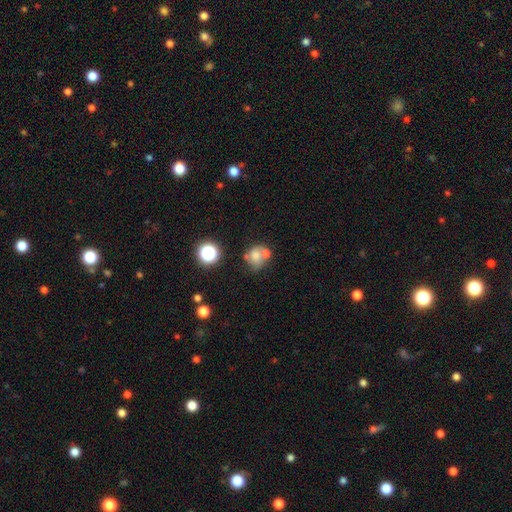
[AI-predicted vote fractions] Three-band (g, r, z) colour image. It shows a smooth galaxy with no disk features (58%) that is round (70%). Merging: none (37%).